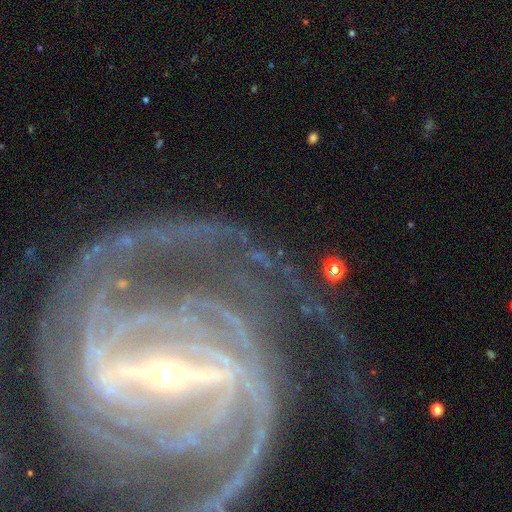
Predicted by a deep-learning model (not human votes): Smooth or featured? Predicted: featured or disk (p=0.86). Edge-on disk? Predicted: no (p=0.94). Bar? Predicted: strong (p=0.72). Spiral arms? Predicted: yes (p=0.93). Spiral winding? Predicted: tight (p=0.55). Spiral arm count? Predicted: 2 (p=0.25). Bulge size? Predicted: small (p=0.78). Merging? Predicted: none (p=0.60).